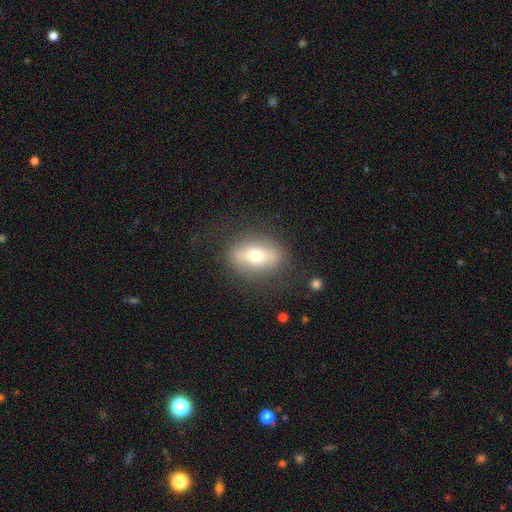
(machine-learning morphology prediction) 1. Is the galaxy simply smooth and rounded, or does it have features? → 49% smooth, 43% featured or disk, 8% star or artifact.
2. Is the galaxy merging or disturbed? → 81% none, 12% minor disturbance, 5% major disturbance, 1% merger.